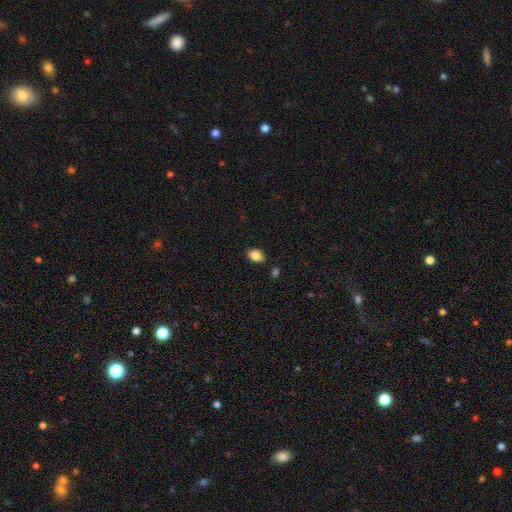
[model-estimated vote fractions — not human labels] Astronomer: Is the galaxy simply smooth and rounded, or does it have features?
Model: smooth — 85%.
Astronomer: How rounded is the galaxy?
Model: in between — 84%.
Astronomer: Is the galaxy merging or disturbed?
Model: none — 83%.